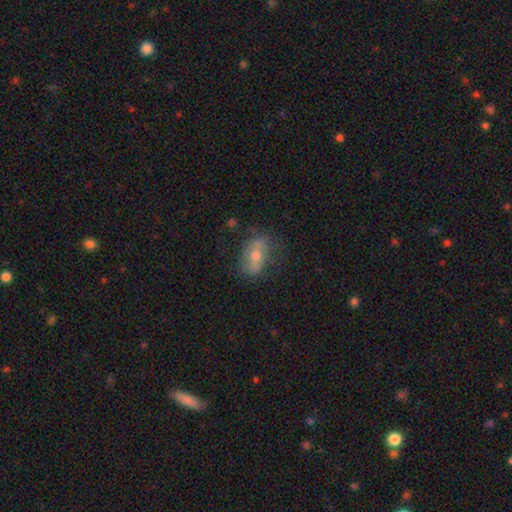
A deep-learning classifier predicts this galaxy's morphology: Smooth or featured?
  - featured or disk: 50% *
  - smooth: 40%
  - star or artifact: 10%
Edge-on disk?
  - no: 77% *
  - yes: 23%
Merging?
  - none: 73% *
  - minor disturbance: 19%
  - major disturbance: 6%
  - merger: 2%